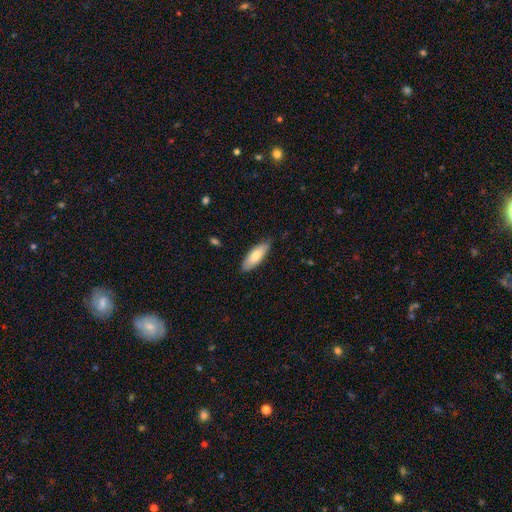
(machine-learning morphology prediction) A smooth galaxy with no disk features (76%) that is in between round and cigar-shaped (65%).

Vote fractions:
- Smooth or featured? smooth: 76% / featured or disk: 18% / star or artifact: 6%
- How rounded? in between: 65% / cigar-shaped: 33% / round: 2%
- Merging? none: 83% / minor disturbance: 14% / major disturbance: 2% / merger: 1%